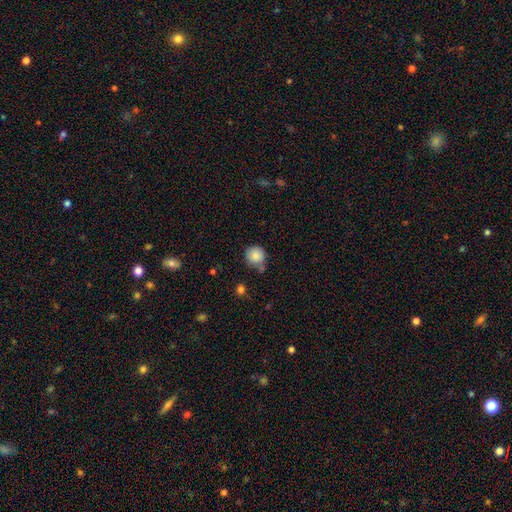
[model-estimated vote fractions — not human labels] This appears to be a smooth galaxy with no disk features (85%) that is round (90%). Merging: none (65%).